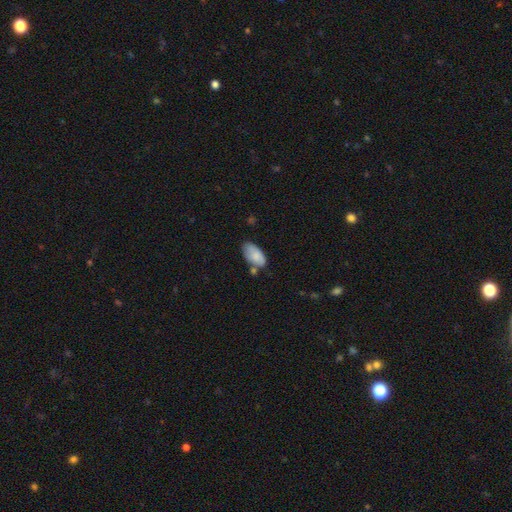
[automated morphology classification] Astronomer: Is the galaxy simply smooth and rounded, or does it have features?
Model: smooth — 82%.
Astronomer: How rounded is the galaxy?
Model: in between — 94%.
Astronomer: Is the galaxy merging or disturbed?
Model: none — 56%.